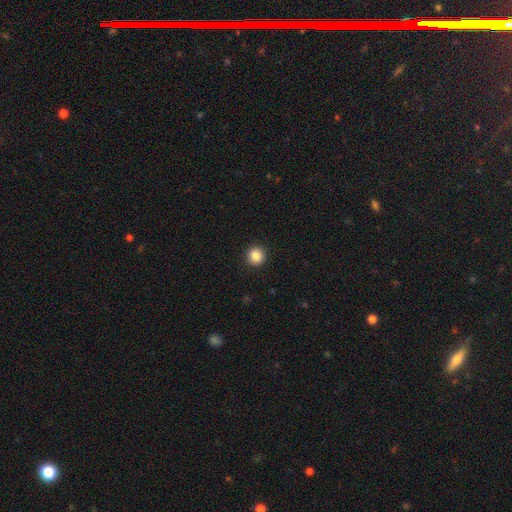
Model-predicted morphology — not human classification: type=smooth (87%); roundness=round (94%); merging=none (93%).